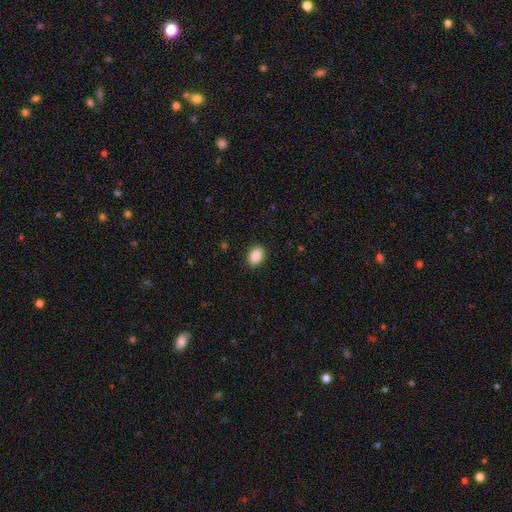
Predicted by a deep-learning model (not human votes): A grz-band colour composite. It shows a smooth galaxy with no disk features (88%) that is in between round and cigar-shaped (73%). Merging: none (90%).